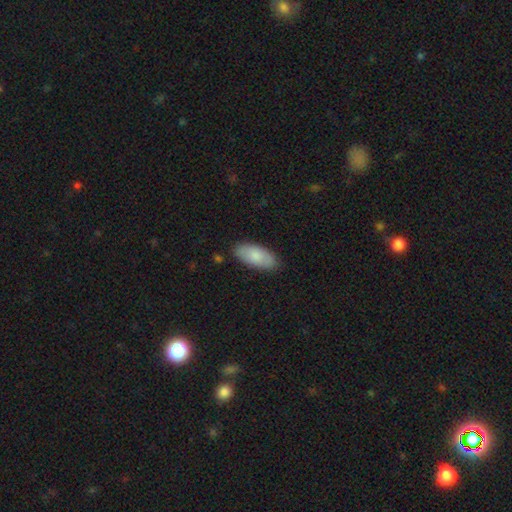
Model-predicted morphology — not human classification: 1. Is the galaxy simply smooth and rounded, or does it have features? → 82% smooth, 13% featured or disk, 5% star or artifact.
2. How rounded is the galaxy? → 90% in between, 8% cigar-shaped, 2% round.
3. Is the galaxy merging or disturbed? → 84% none, 12% minor disturbance, 2% major disturbance, 1% merger.